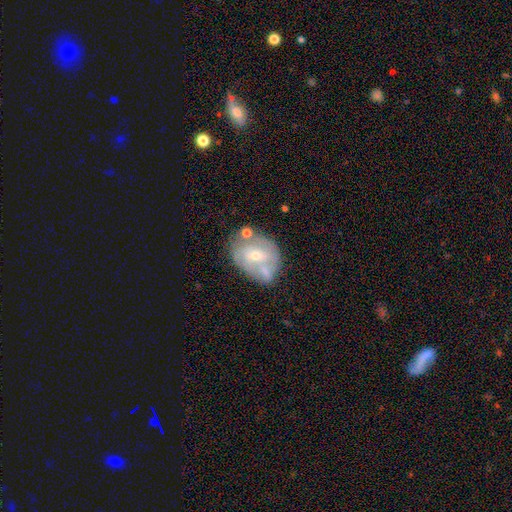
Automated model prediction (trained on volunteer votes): Smooth or featured?
  - featured or disk: 69% *
  - smooth: 24%
  - star or artifact: 7%
Edge-on disk?
  - no: 96% *
  - yes: 4%
Bar?
  - no: 58% *
  - weak: 32%
  - strong: 10%
Spiral arms?
  - yes: 64% *
  - no: 36%
Bulge size?
  - small: 62% *
  - moderate: 35%
  - none: 1%
  - large: 1%
  - dominant: 1%
Merging?
  - none: 45% *
  - minor disturbance: 23%
  - merger: 21%
  - major disturbance: 11%